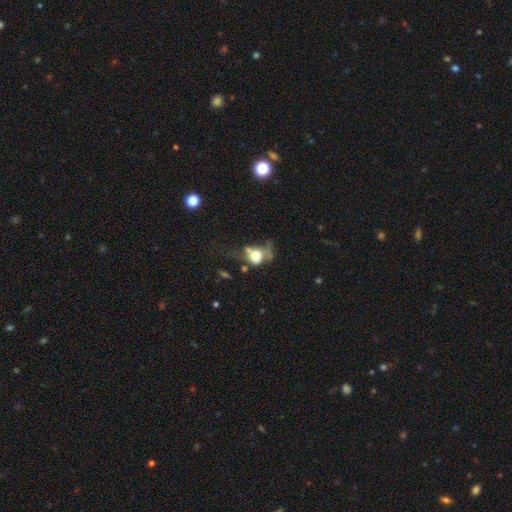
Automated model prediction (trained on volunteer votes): Smooth or featured? Predicted: smooth (p=0.58). How rounded? Predicted: in between (p=0.51). Merging? Predicted: major disturbance (p=0.43).